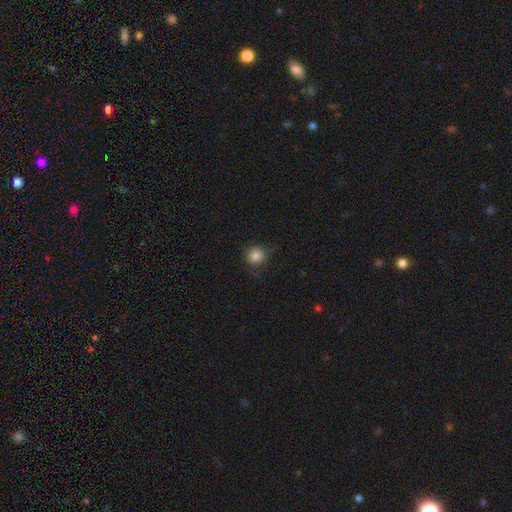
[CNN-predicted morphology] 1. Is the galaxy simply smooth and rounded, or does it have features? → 84% smooth, 11% star or artifact, 5% featured or disk.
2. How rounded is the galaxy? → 91% round, 8% in between, 1% cigar-shaped.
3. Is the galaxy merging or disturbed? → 76% none, 19% minor disturbance, 4% major disturbance, 1% merger.